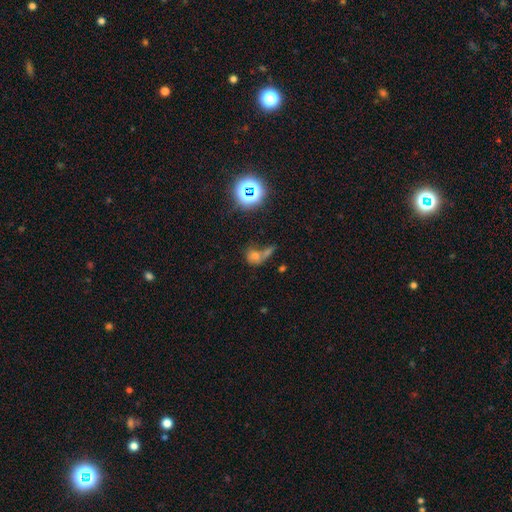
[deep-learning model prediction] Q: Smooth or featured?
A: smooth (52%); runner-up: star or artifact (31%)
Q: How rounded?
A: round (63%); runner-up: in between (34%)
Q: Merging?
A: merger (47%); runner-up: none (33%)